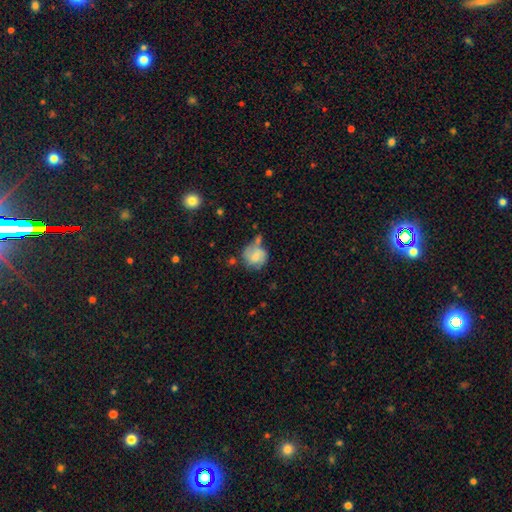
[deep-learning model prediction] smooth_or_featured: smooth (p=0.61) [alt: featured or disk p=0.30]
how_rounded: round (p=0.76) [alt: in between p=0.23]
merging: none (p=0.41) [alt: minor disturbance p=0.27]